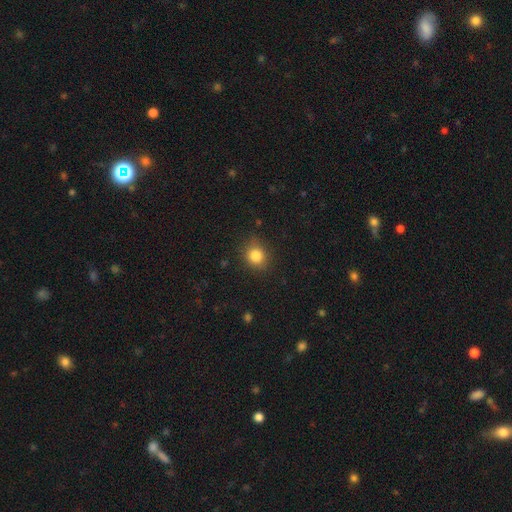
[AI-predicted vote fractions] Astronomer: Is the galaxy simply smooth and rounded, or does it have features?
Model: smooth — 84%.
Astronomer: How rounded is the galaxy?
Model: round — 77%.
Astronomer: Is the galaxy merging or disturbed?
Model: none — 81%.